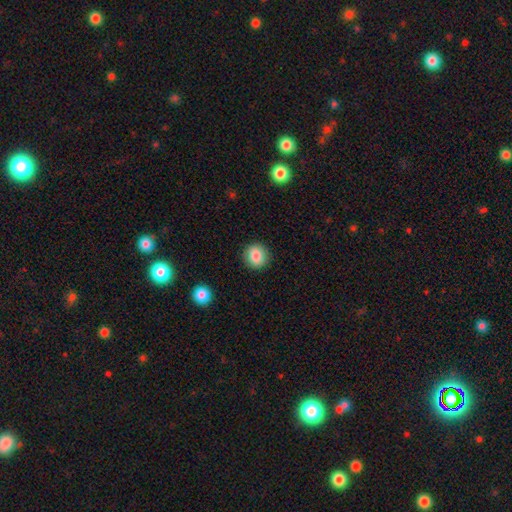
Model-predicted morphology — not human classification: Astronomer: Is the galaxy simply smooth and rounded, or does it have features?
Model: smooth — 86%.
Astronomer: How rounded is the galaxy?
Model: round — 89%.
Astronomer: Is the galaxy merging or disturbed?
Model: none — 91%.